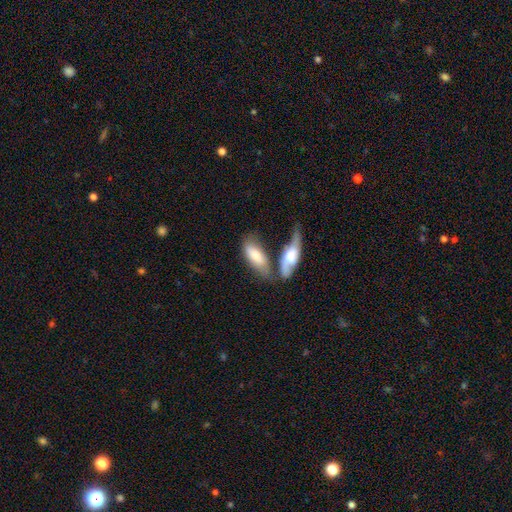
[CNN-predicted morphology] Smooth or featured?
  - smooth: 72% *
  - featured or disk: 22%
  - star or artifact: 6%
How rounded?
  - in between: 75% *
  - cigar-shaped: 23%
  - round: 2%
Merging?
  - merger: 39% *
  - none: 35%
  - minor disturbance: 16%
  - major disturbance: 9%